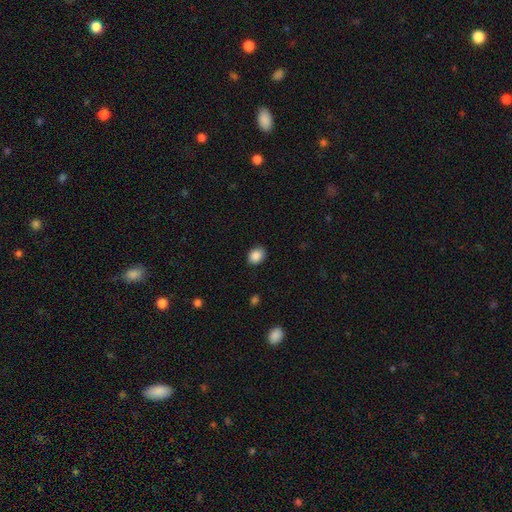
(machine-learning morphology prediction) smooth-or-featured: smooth: 88% | star or artifact: 9% | featured or disk: 4%
  how-rounded: in between: 50% | round: 49% | cigar-shaped: 1%
  merging: none: 85% | minor disturbance: 11% | major disturbance: 3% | merger: 1%